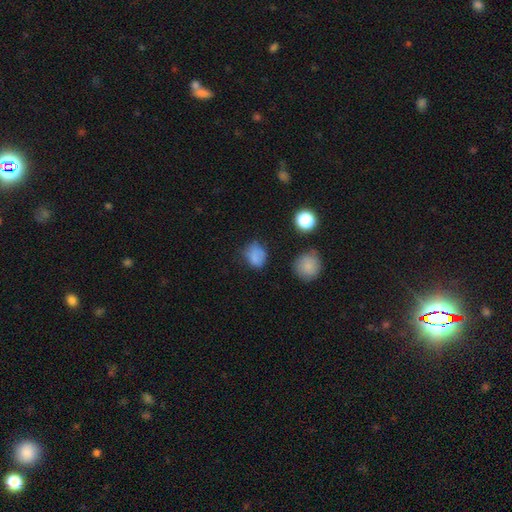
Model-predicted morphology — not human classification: smooth 79%, star or artifact 13%, featured or disk 8%. Down the decision tree: how rounded — round (53%); merging — none (62%).